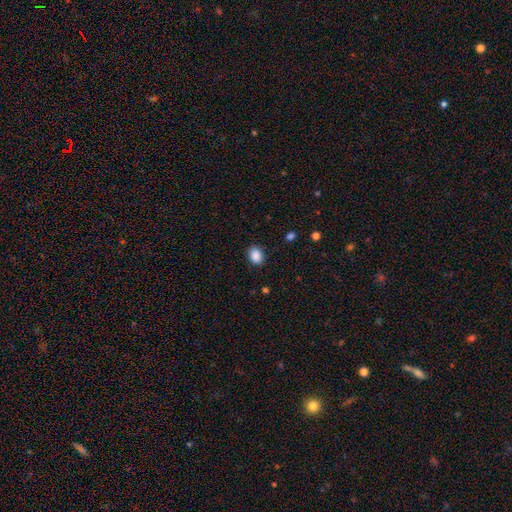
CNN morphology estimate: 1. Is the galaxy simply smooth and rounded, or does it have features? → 89% smooth, 8% star or artifact, 3% featured or disk.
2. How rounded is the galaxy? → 63% in between, 36% round, 1% cigar-shaped.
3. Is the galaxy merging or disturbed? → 87% none, 9% minor disturbance, 3% major disturbance, 1% merger.